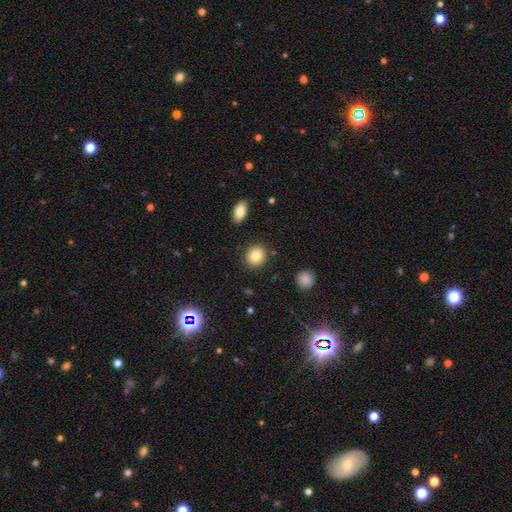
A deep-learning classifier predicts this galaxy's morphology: Smooth or featured? Predicted: smooth (p=0.83). How rounded? Predicted: round (p=0.85). Merging? Predicted: none (p=0.89).